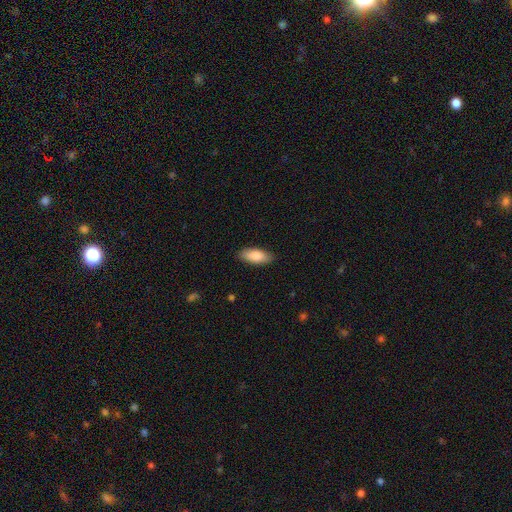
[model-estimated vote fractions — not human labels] Q: Smooth or featured?
A: smooth (84%); runner-up: featured or disk (10%)
Q: How rounded?
A: in between (81%); runner-up: cigar-shaped (17%)
Q: Merging?
A: none (88%); runner-up: minor disturbance (9%)